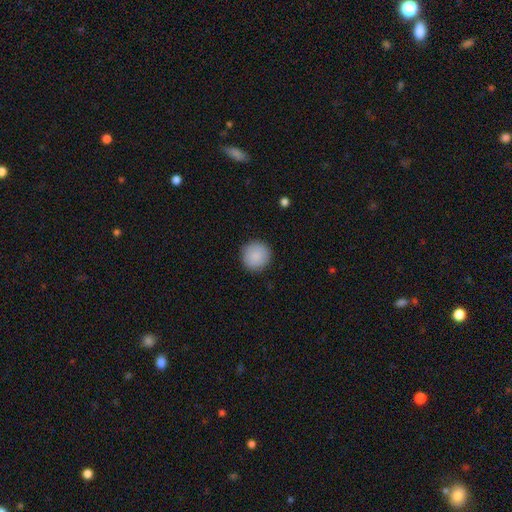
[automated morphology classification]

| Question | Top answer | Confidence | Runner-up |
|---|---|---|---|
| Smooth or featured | smooth | 88% | star or artifact (7%) |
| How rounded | round | 95% | in between (4%) |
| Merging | none | 91% | minor disturbance (6%) |